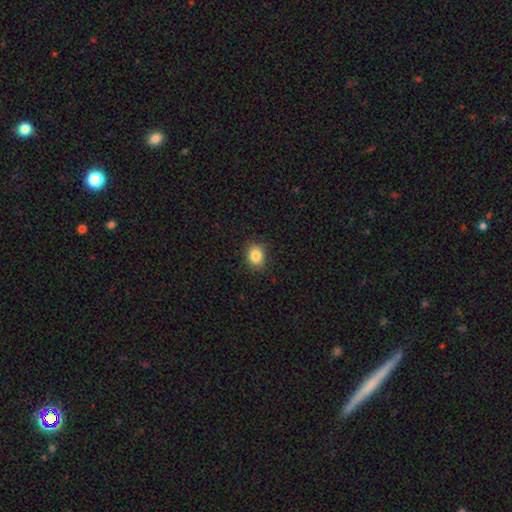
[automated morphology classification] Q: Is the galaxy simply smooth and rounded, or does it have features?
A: smooth — 86%.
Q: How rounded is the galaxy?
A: round — 53%.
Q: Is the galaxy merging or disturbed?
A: none — 86%.